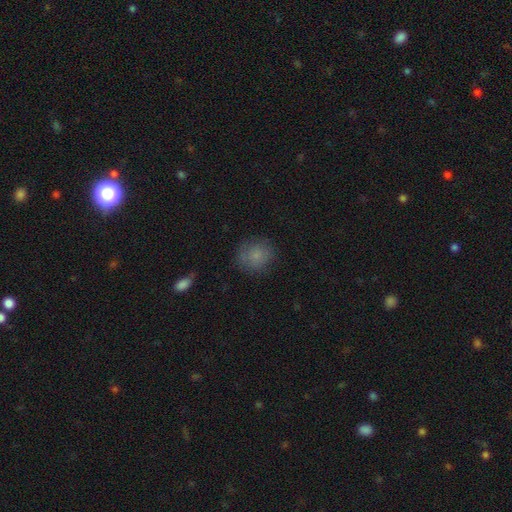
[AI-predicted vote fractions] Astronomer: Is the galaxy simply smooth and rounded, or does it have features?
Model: smooth — 80%.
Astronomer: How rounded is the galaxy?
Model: round — 86%.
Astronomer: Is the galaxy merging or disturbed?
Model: none — 79%.